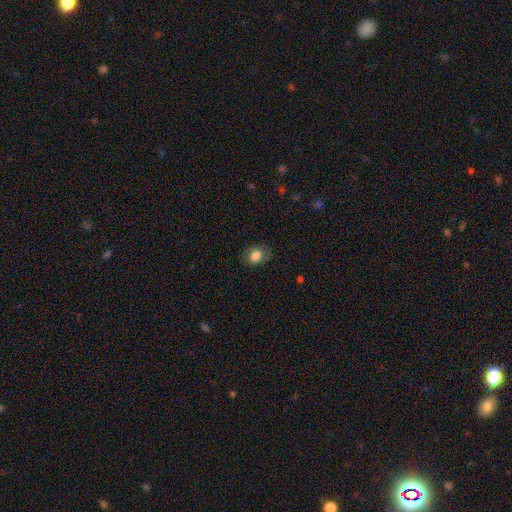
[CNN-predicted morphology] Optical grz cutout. It shows a smooth galaxy with no disk features (76%) that is in between round and cigar-shaped (58%). Merging: none (77%).